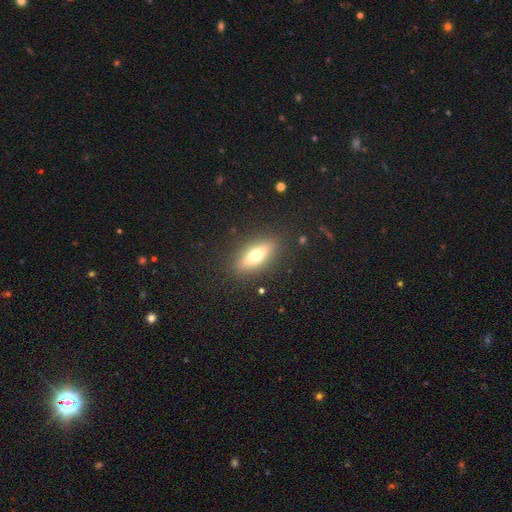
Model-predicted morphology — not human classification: Smooth or featured: smooth — 59% (featured or disk — 33%)
How rounded: in between — 59% (cigar-shaped — 37%)
Merging: none — 87% (minor disturbance — 9%)